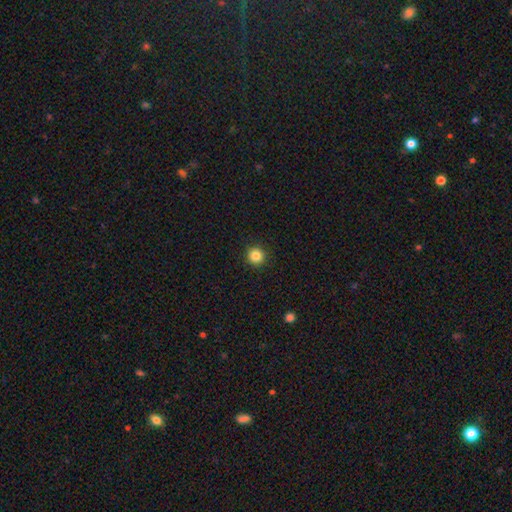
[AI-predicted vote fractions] A smooth galaxy with no disk features (85%) that is round (95%).

Vote fractions:
- Smooth or featured? smooth: 85% / star or artifact: 11% / featured or disk: 4%
- How rounded? round: 95% / in between: 4% / cigar-shaped: 1%
- Merging? none: 93% / minor disturbance: 5% / major disturbance: 2% / merger: 1%